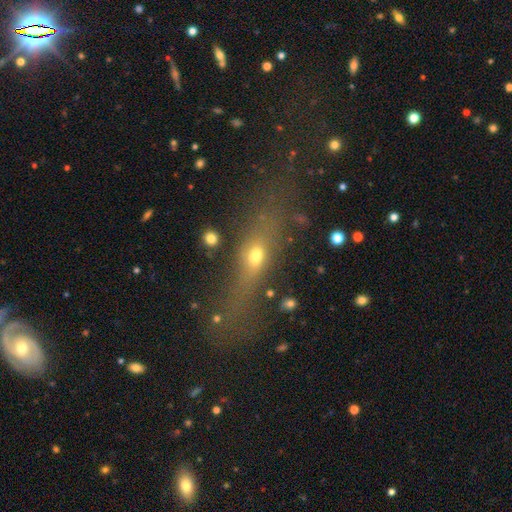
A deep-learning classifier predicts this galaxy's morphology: Smooth or featured: smooth — 47% (featured or disk — 32%)
Merging: none — 63% (minor disturbance — 17%)